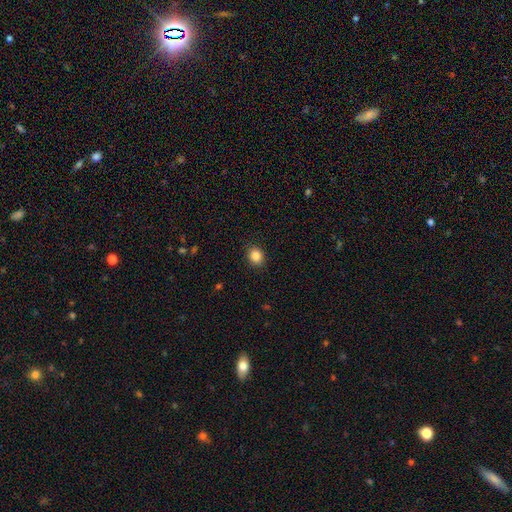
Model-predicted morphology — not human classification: Smooth or featured?
  - smooth: 86% *
  - star or artifact: 10%
  - featured or disk: 4%
How rounded?
  - round: 67% *
  - in between: 32%
  - cigar-shaped: 1%
Merging?
  - none: 90% *
  - minor disturbance: 7%
  - major disturbance: 2%
  - merger: 1%